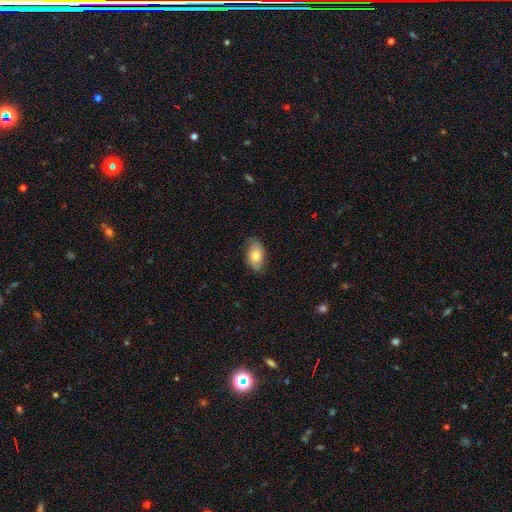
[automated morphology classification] smooth-or-featured: smooth: 74% | featured or disk: 19% | star or artifact: 7%
  how-rounded: in between: 92% | round: 6% | cigar-shaped: 2%
  merging: none: 77% | minor disturbance: 18% | major disturbance: 3% | merger: 1%